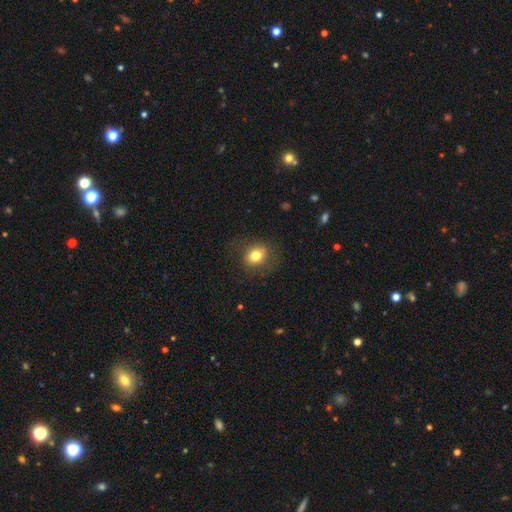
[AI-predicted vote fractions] A smooth galaxy with no disk features (77%) that is round (64%). Merging: none (80%).